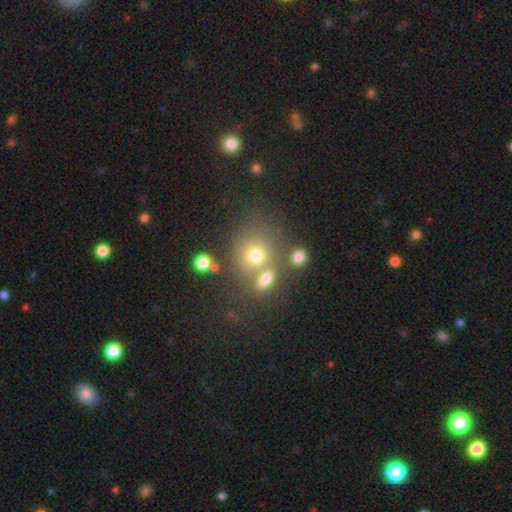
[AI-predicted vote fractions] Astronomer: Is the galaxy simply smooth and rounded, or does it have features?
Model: smooth — 70%.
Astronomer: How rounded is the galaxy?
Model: round — 73%.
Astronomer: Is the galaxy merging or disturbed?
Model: none — 51% (runner-up: merger, 32%).